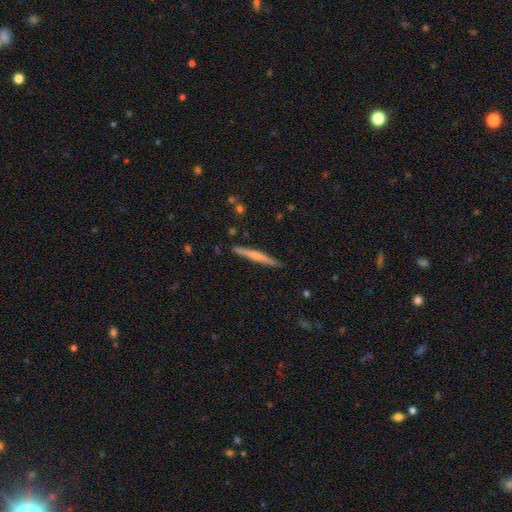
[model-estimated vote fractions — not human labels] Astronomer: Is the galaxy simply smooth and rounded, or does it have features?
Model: smooth — 53% (runner-up: featured or disk, 42%).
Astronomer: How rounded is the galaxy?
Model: cigar-shaped — 96%.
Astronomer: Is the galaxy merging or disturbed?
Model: none — 89%.